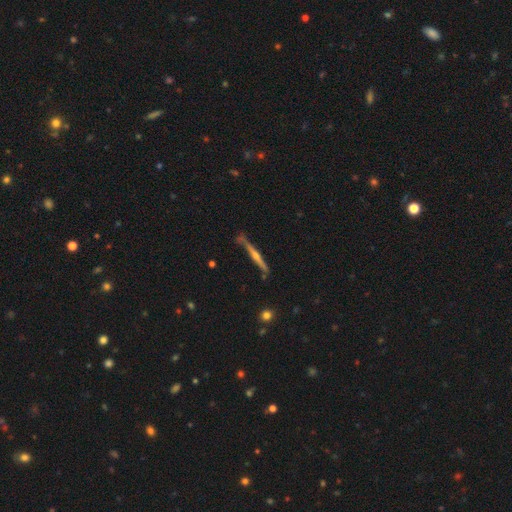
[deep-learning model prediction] A featured or disk galaxy (77%) viewed edge-on (98%) with a rounded central bulge (81%). Merging: none (80%).